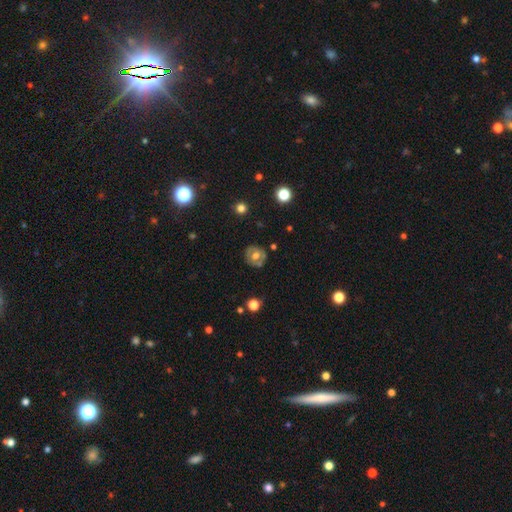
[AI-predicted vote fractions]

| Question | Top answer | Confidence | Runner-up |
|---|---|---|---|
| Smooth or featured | smooth | 50% | featured or disk (41%) |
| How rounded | round | 83% | in between (16%) |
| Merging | none | 80% | minor disturbance (14%) |